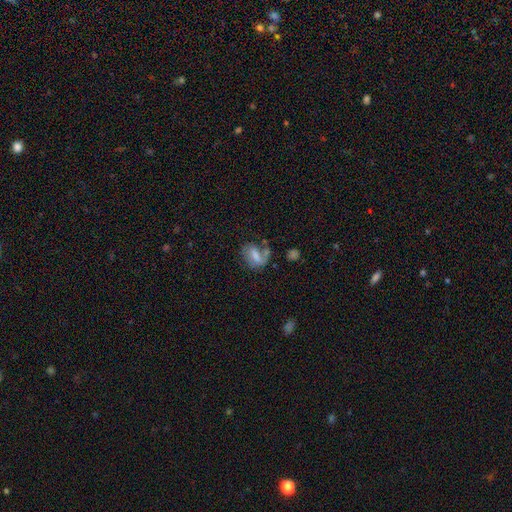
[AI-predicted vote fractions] Q: Smooth or featured?
A: smooth (48%); runner-up: featured or disk (42%)
Q: Merging?
A: none (47%); runner-up: minor disturbance (22%)